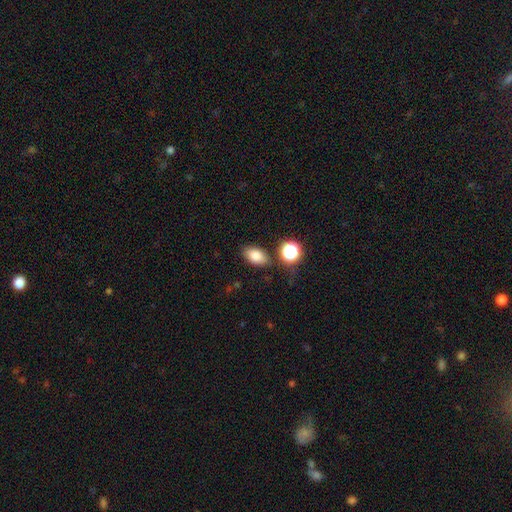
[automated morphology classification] smooth 81%, star or artifact 11%, featured or disk 8%. Down the decision tree: how rounded — in between (86%); merging — none (80%).